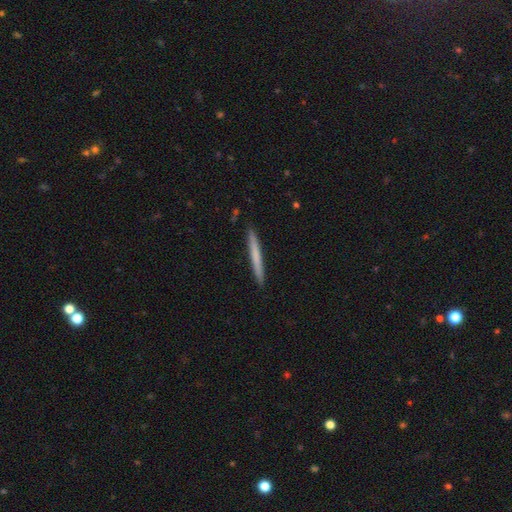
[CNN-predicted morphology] Smooth or featured: smooth — 64% (featured or disk — 31%)
How rounded: cigar-shaped — 97% (in between — 2%)
Merging: none — 91% (minor disturbance — 6%)